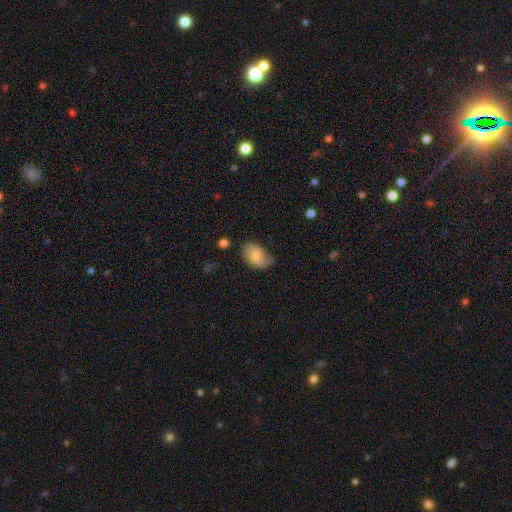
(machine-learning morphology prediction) Q: Smooth or featured?
A: smooth (68%); runner-up: featured or disk (24%)
Q: How rounded?
A: in between (87%); runner-up: round (11%)
Q: Merging?
A: none (53%); runner-up: minor disturbance (34%)